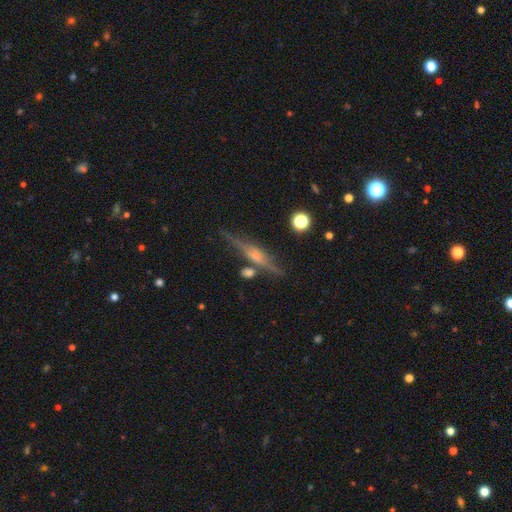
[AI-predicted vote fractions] The model was most divided on "edge-on bulge": rounded: 65%, boxy: 20%, none: 15%. More confident: edge-on disk — yes (96%); merging — none (80%); smooth or featured — featured or disk (73%).